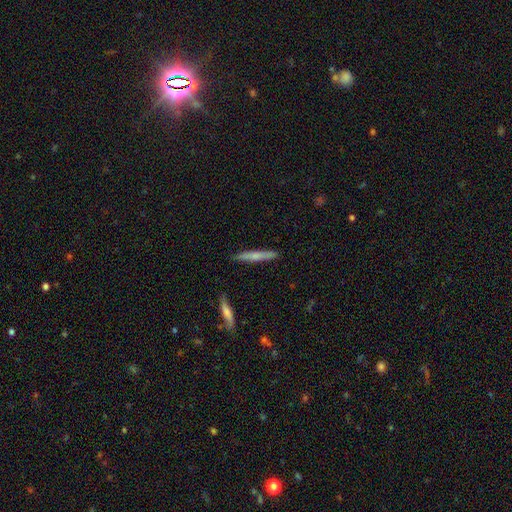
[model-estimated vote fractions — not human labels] Q: Smooth or featured?
A: smooth (56%); runner-up: featured or disk (38%)
Q: How rounded?
A: cigar-shaped (94%); runner-up: in between (4%)
Q: Merging?
A: none (88%); runner-up: minor disturbance (8%)